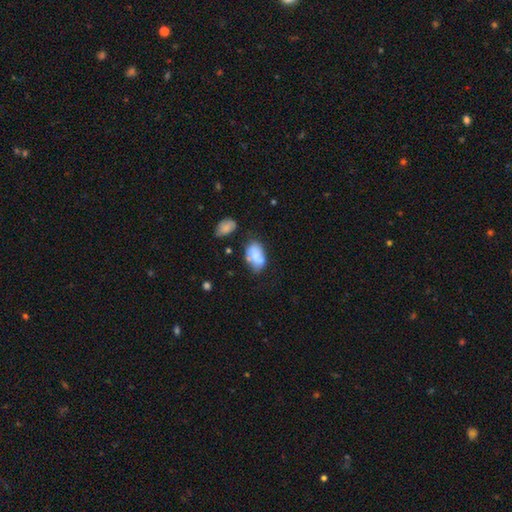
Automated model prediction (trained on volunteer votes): smooth-or-featured: smooth: 77% | featured or disk: 15% | star or artifact: 8%
  how-rounded: in between: 90% | round: 8% | cigar-shaped: 2%
  merging: none: 48% | minor disturbance: 28% | merger: 15% | major disturbance: 9%